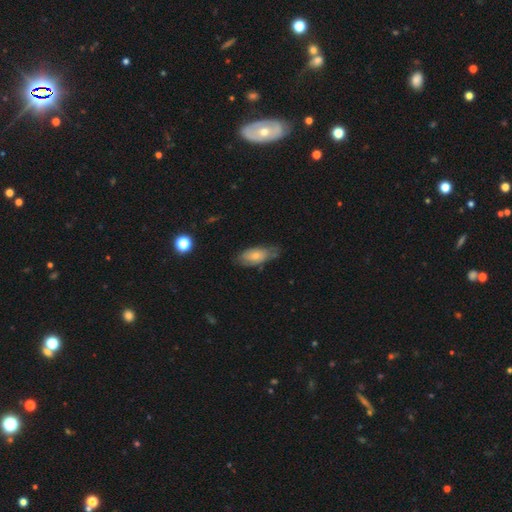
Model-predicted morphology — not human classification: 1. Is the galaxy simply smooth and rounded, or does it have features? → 66% smooth, 28% featured or disk, 7% star or artifact.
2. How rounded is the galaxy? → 87% in between, 10% cigar-shaped, 3% round.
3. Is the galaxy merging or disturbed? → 56% none, 33% minor disturbance, 8% major disturbance, 2% merger.